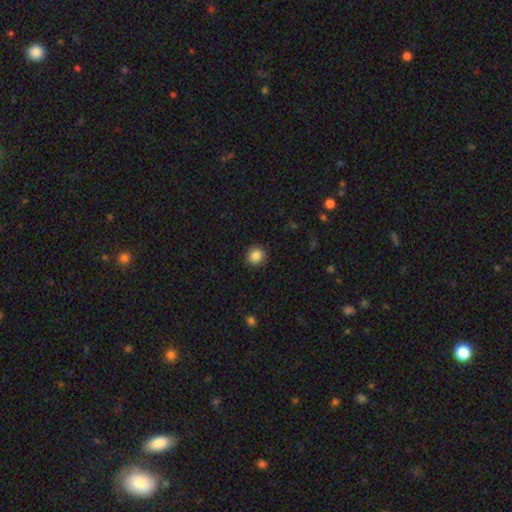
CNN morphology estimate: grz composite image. It shows a smooth galaxy with no disk features (86%) that is round (90%). Merging: none (92%).